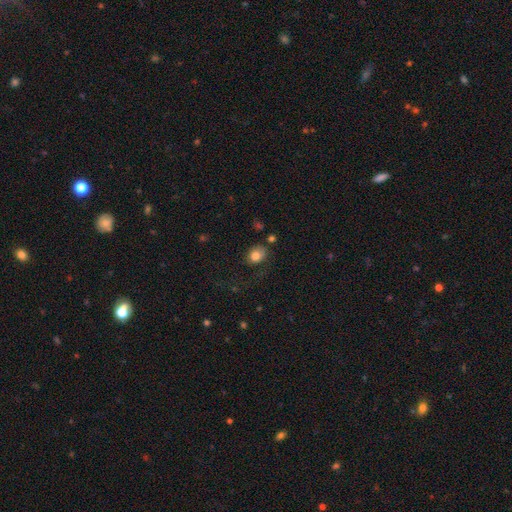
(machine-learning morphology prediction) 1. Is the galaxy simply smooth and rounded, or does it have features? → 81% smooth, 10% featured or disk, 9% star or artifact.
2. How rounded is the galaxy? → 60% in between, 39% round, 1% cigar-shaped.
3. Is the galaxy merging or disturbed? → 59% none, 24% minor disturbance, 13% major disturbance, 4% merger.